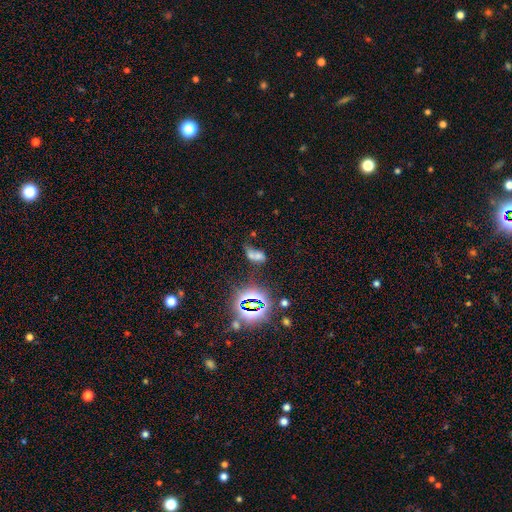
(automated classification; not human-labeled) The model was most divided on "merging": merger: 40%, none: 28%, major disturbance: 16%, minor disturbance: 16%. Remaining: smooth or featured — smooth (49%).